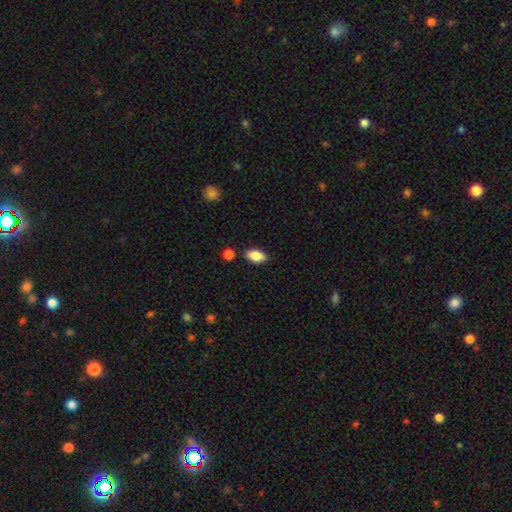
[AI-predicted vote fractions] smooth_or_featured: smooth (p=0.84) [alt: featured or disk p=0.09]
how_rounded: in between (p=0.90) [alt: round p=0.05]
merging: none (p=0.82) [alt: minor disturbance p=0.11]